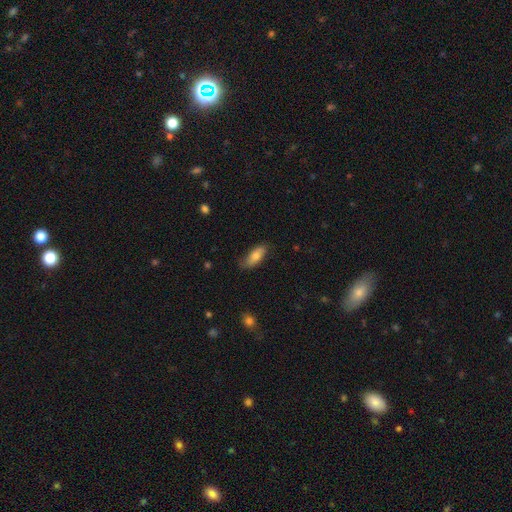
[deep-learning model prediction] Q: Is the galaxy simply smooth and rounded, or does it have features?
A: smooth — 75%.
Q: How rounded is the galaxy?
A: in between — 72%.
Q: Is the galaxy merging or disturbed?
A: none — 74%.